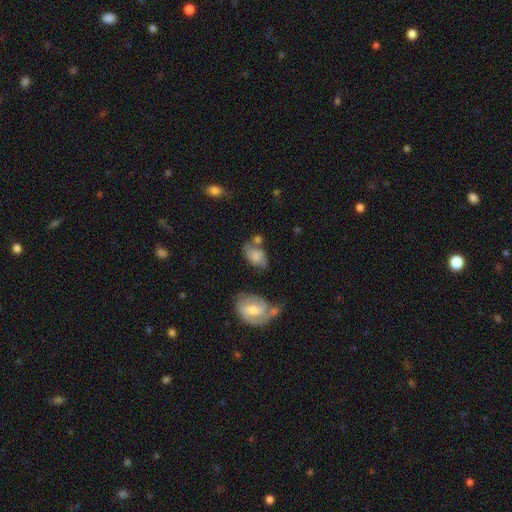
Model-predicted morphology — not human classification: A smooth galaxy with no disk features (54%) that is in between round and cigar-shaped (84%). Merging: none (47%).